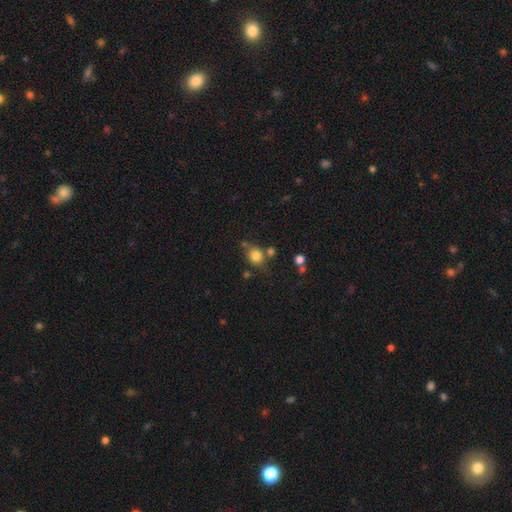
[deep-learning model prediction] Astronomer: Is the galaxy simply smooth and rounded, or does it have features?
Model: smooth — 81%.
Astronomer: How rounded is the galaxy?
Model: round — 71%.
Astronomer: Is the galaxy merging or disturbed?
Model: none — 65%.